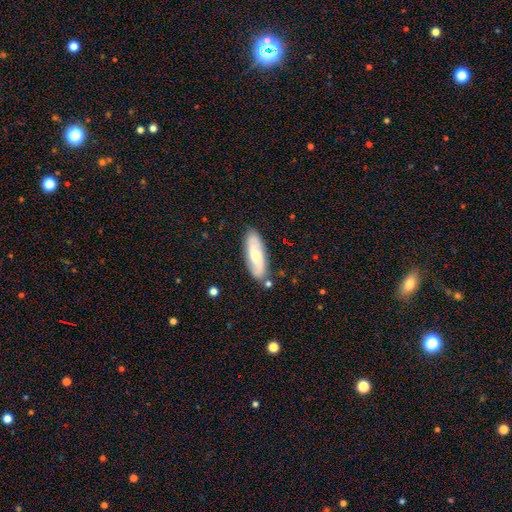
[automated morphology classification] type=smooth (49%); merging=none (82%).